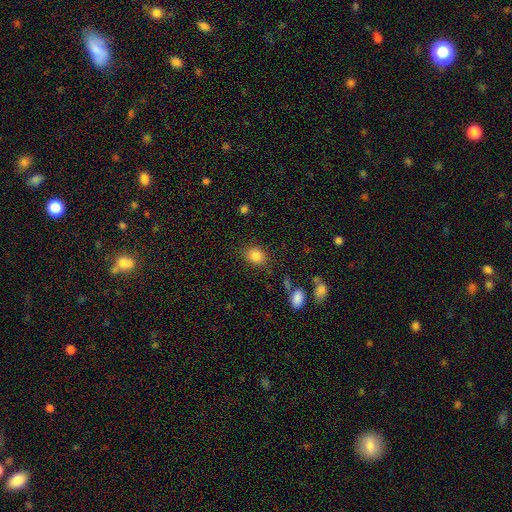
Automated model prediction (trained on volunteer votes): Morphology: type=smooth (85%); roundness=in between (51%); merging=none (81%).